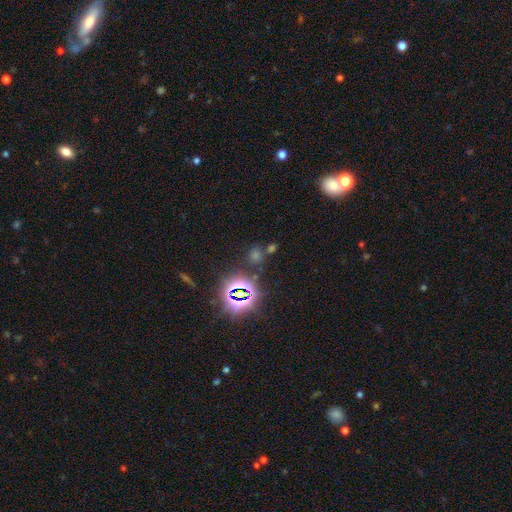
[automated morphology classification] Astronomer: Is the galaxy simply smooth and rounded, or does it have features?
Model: star or artifact — 65%.